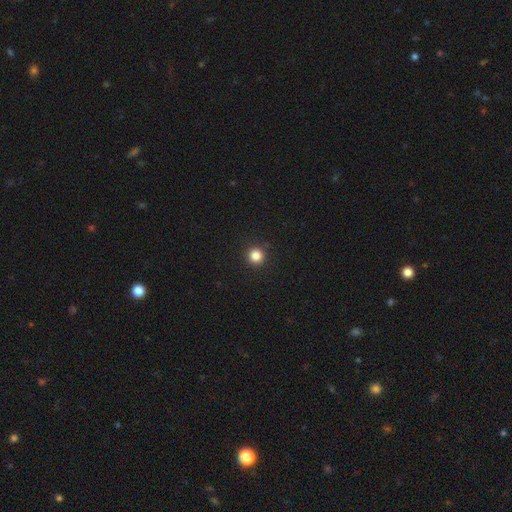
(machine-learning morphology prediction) Q: Smooth or featured?
A: smooth (84%); runner-up: star or artifact (12%)
Q: How rounded?
A: round (95%); runner-up: in between (4%)
Q: Merging?
A: none (92%); runner-up: minor disturbance (5%)